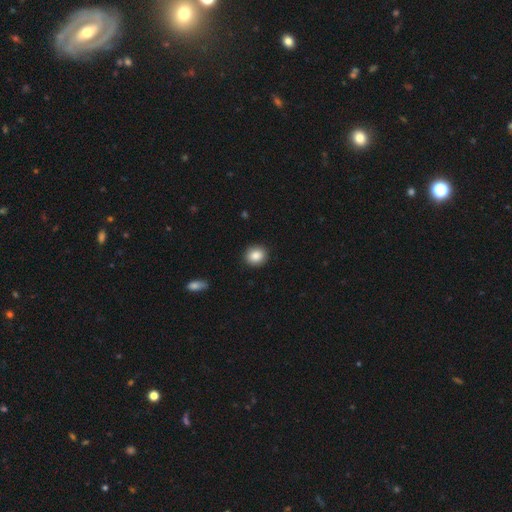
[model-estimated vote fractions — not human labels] Smooth or featured?
  - smooth: 87% *
  - star or artifact: 8%
  - featured or disk: 5%
How rounded?
  - round: 83% *
  - in between: 16%
  - cigar-shaped: 1%
Merging?
  - none: 91% *
  - minor disturbance: 7%
  - major disturbance: 2%
  - merger: 1%